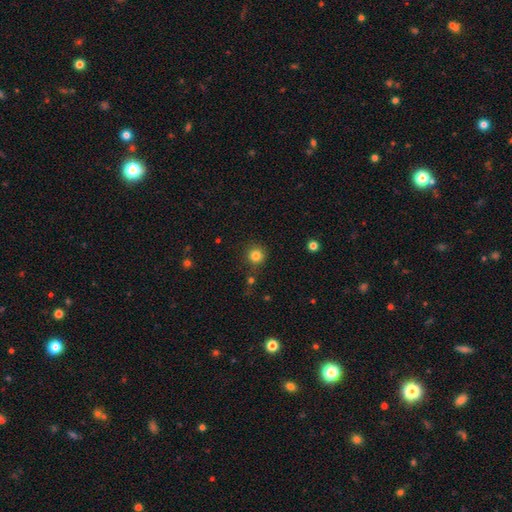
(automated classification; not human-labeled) A smooth galaxy with no disk features (82%) that is round (94%). Merging: none (85%).